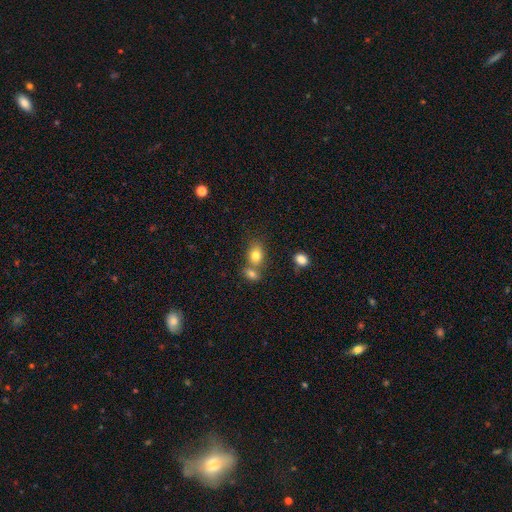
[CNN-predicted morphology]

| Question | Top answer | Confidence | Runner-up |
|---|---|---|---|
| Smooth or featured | smooth | 80% | featured or disk (10%) |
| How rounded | in between | 72% | round (27%) |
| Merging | none | 46% | merger (39%) |